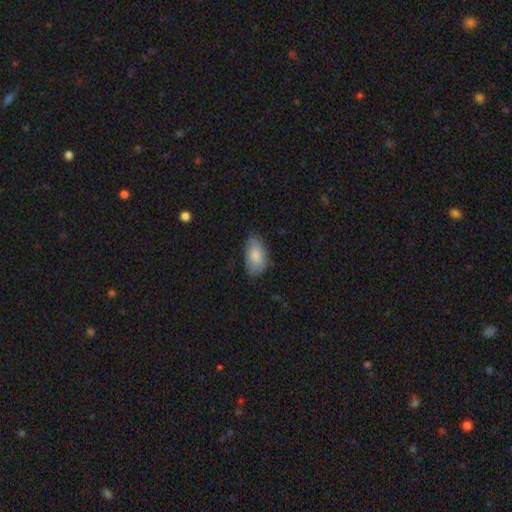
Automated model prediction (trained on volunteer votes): Q: Smooth or featured?
A: smooth (79%); runner-up: featured or disk (15%)
Q: How rounded?
A: in between (93%); runner-up: round (4%)
Q: Merging?
A: none (73%); runner-up: minor disturbance (22%)